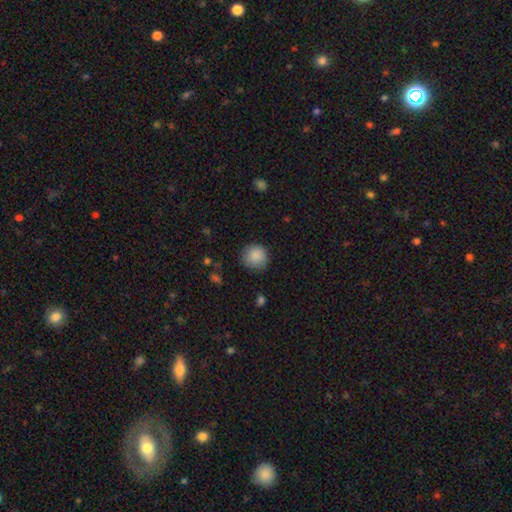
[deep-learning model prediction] This appears to be a smooth galaxy with no disk features (88%) that is round (92%). Merging: none (83%).